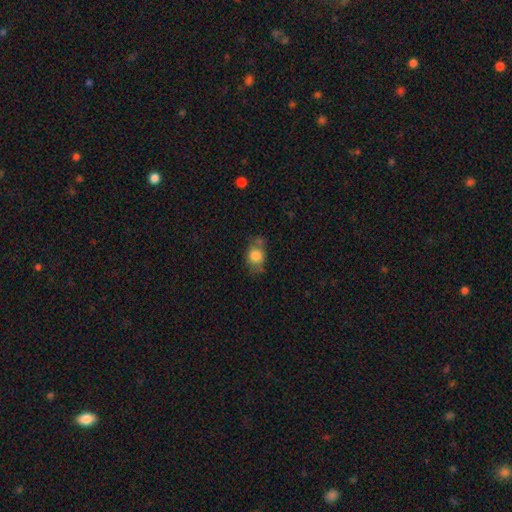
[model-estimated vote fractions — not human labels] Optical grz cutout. It shows a smooth galaxy with no disk features (79%) that is in between round and cigar-shaped (60%). Merging: none (52%).